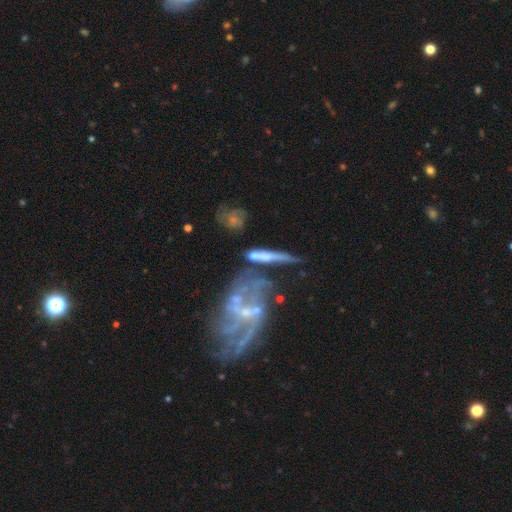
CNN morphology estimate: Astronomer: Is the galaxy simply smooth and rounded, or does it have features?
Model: smooth — 46% (runner-up: featured or disk, 45%).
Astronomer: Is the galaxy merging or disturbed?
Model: none — 37% (runner-up: merger, 25%).